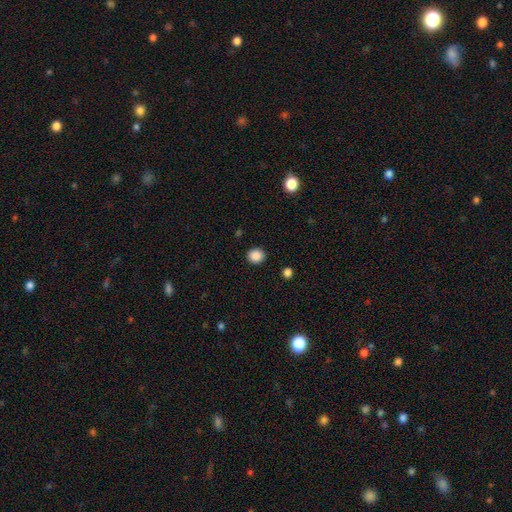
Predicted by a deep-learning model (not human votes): A smooth galaxy with no disk features (88%) that is round (81%). Merging: none (91%).